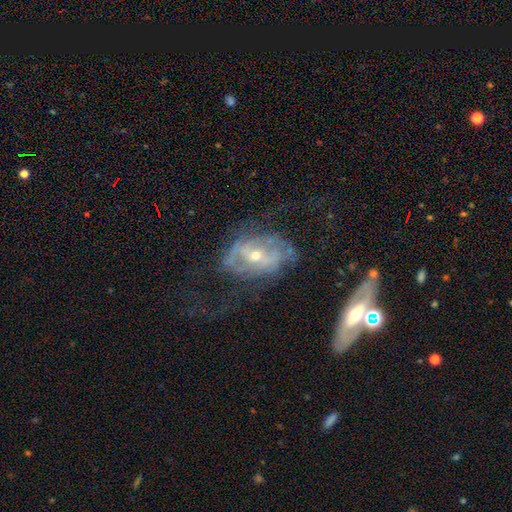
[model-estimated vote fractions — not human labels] Smooth or featured? featured or disk (78%)
Edge-on disk? no (93%)
Bar? no (37%)
Spiral arms? yes (69%)
Spiral winding? medium (39%)
Spiral arm count? 2 (53%)
Bulge size? small (57%)
Merging? none (47%)